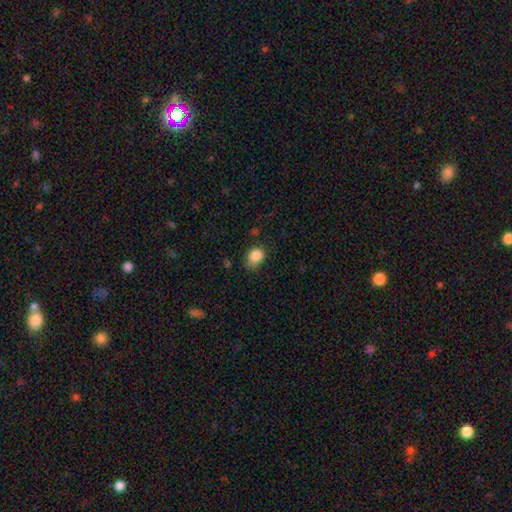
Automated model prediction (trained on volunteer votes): Smooth or featured: smooth — 86% (star or artifact — 10%)
How rounded: in between — 51% (round — 48%)
Merging: none — 60% (minor disturbance — 31%)